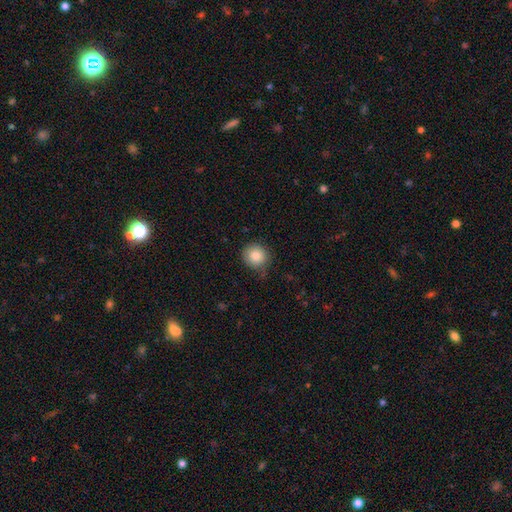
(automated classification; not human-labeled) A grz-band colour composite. It shows a smooth galaxy with no disk features (84%) that is round (92%). Merging: none (77%).